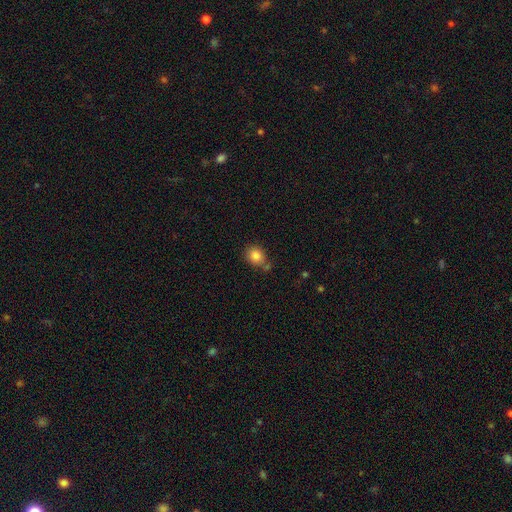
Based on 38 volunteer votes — smooth_or_featured: smooth (p=0.84) [alt: featured or disk p=0.11]
how_rounded: round (p=0.72) [alt: in between p=0.28]
merging: none (p=0.67) [alt: merger p=0.17]